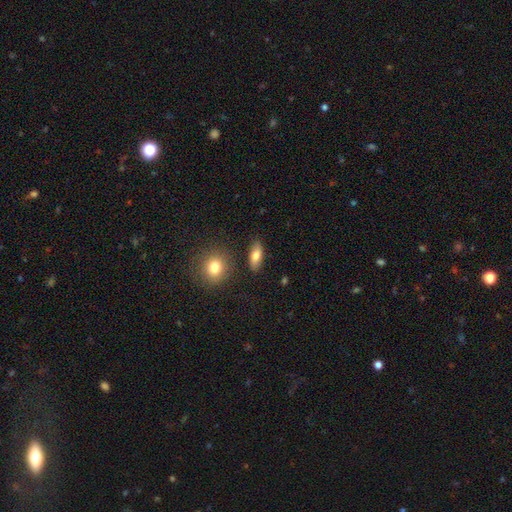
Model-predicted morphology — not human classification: Smooth or featured? smooth (78%)
How rounded? in between (82%)
Merging? none (85%)